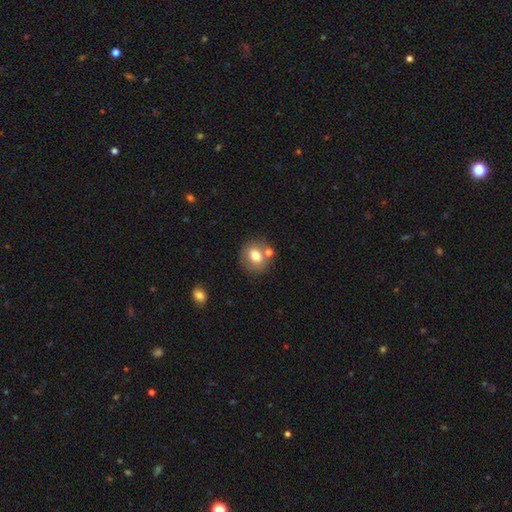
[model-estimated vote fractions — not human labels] The model was most divided on "how rounded": round: 73%, in between: 26%, cigar-shaped: 1%. More confident: smooth or featured — smooth (74%); merging — none (68%).